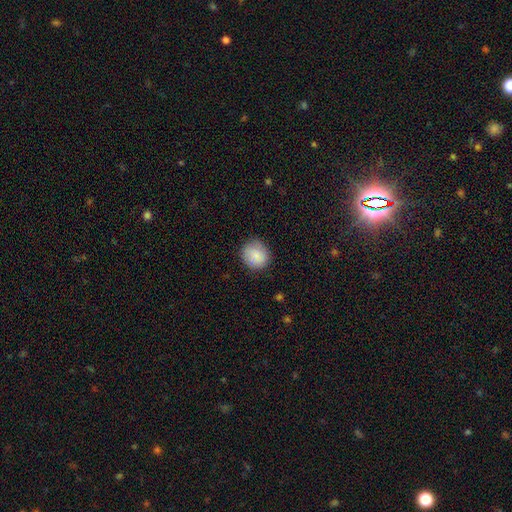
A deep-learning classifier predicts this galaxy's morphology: Smooth or featured? smooth (86%)
How rounded? round (87%)
Merging? none (83%)